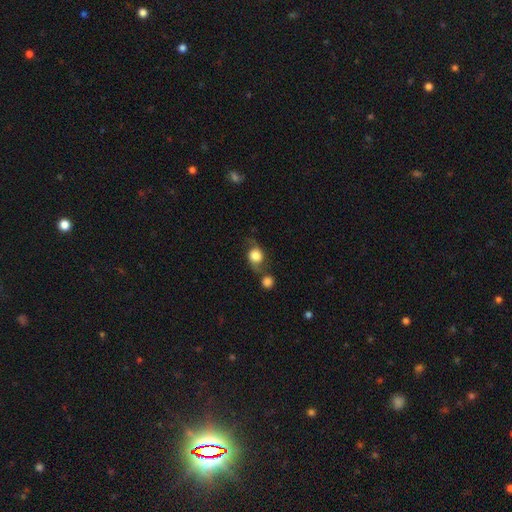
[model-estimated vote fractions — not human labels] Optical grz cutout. It shows a smooth galaxy with no disk features (57%) that is round (63%). Merging: none (44%).